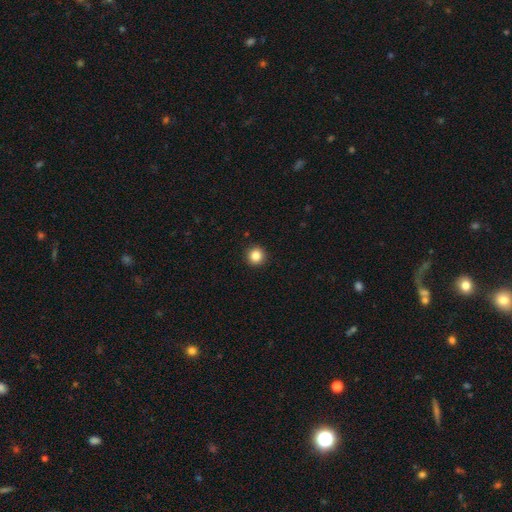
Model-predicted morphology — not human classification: A smooth galaxy with no disk features (85%) that is round (95%).

Vote fractions:
- Smooth or featured? smooth: 85% / star or artifact: 10% / featured or disk: 4%
- How rounded? round: 95% / in between: 4% / cigar-shaped: 1%
- Merging? none: 93% / minor disturbance: 4% / major disturbance: 1% / merger: 1%